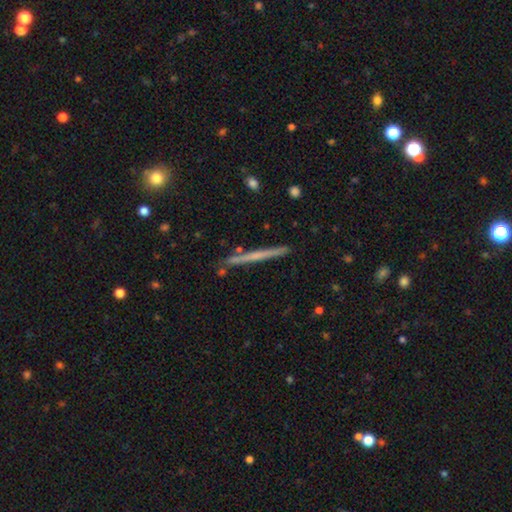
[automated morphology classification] The model was most divided on "smooth or featured": featured or disk: 56%, smooth: 37%, star or artifact: 7%. More confident: edge-on disk — yes (98%); merging — none (90%); edge-on bulge — none (78%).